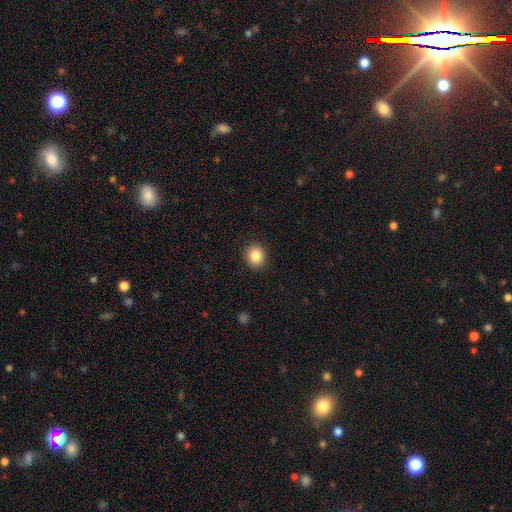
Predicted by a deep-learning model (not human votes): Smooth or featured? smooth (86%)
How rounded? round (75%)
Merging? none (91%)